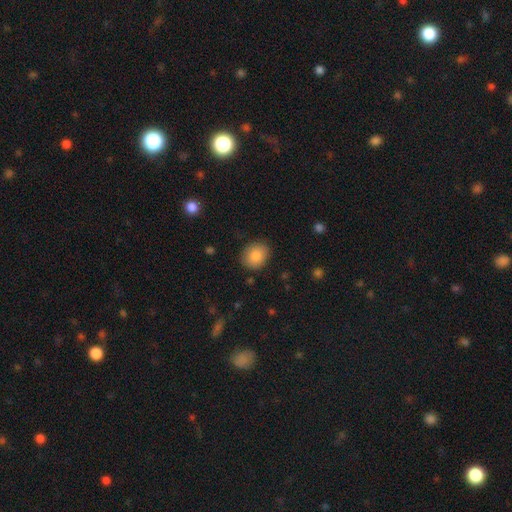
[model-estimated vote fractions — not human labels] smooth-or-featured: smooth: 87% | star or artifact: 8% | featured or disk: 5%
  how-rounded: round: 64% | in between: 35% | cigar-shaped: 1%
  merging: none: 86% | minor disturbance: 11% | major disturbance: 3% | merger: 1%